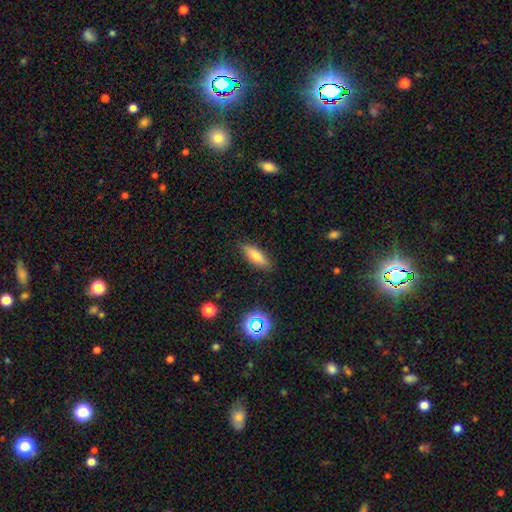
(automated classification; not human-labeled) Overall: smooth (70%). How rounded: in between (57%; cigar-shaped 40%). Merging: none (85%).